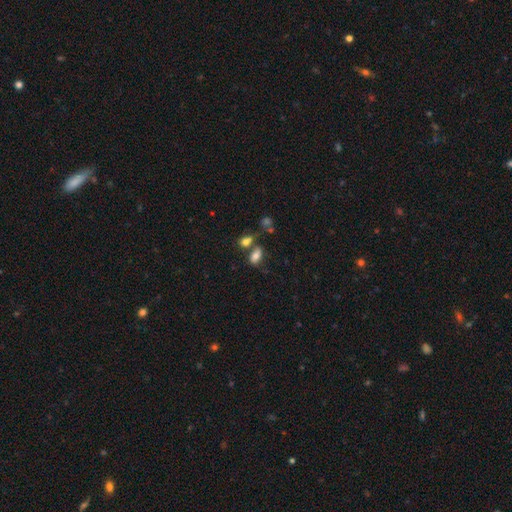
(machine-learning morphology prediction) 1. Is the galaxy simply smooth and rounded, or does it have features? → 78% smooth, 12% featured or disk, 10% star or artifact.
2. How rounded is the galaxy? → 88% in between, 7% round, 4% cigar-shaped.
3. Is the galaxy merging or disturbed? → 54% none, 26% merger, 15% minor disturbance, 6% major disturbance.